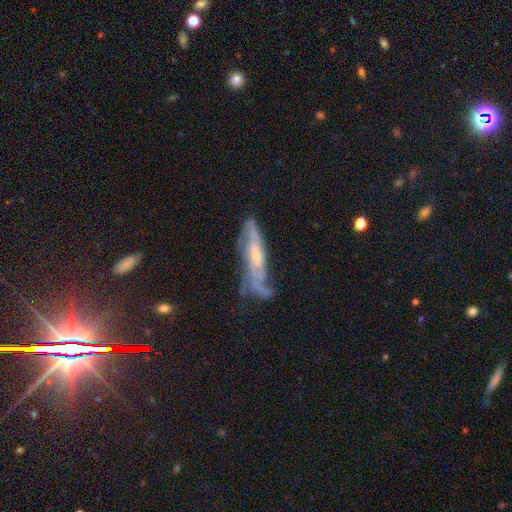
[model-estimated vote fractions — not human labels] Overall: featured or disk (76%). Edge-on disk: no (60%; yes 40%). Merging: none (54%; minor disturbance 26%).